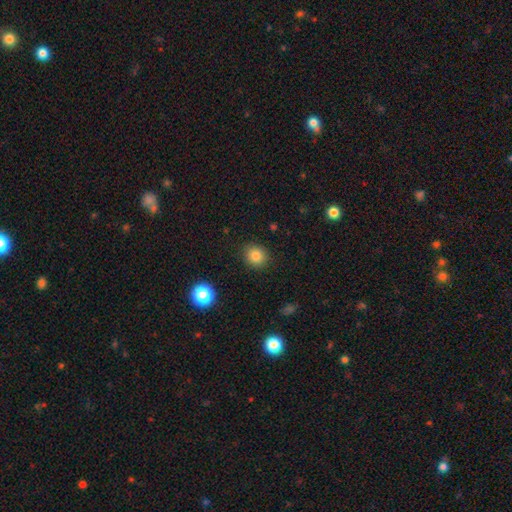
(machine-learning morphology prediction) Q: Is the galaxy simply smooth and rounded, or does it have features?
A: smooth — 83%.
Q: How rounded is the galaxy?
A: round — 85%.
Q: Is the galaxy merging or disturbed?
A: none — 90%.